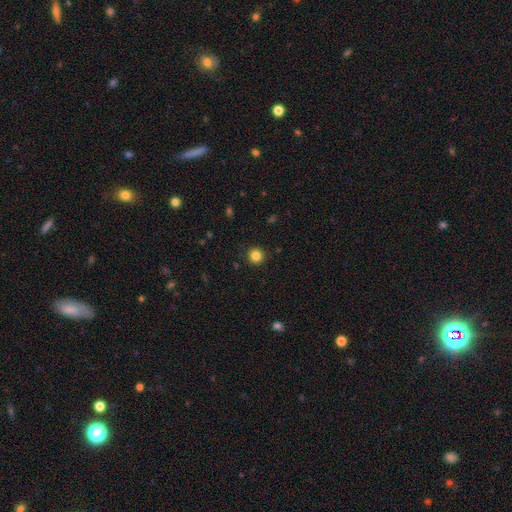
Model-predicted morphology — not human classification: Smooth or featured? smooth (84%)
How rounded? round (95%)
Merging? none (91%)